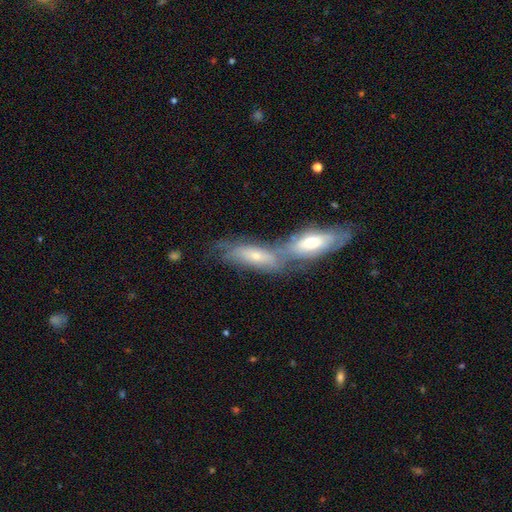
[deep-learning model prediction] Smooth or featured: smooth — 51% (featured or disk — 42%)
How rounded: in between — 62% (cigar-shaped — 35%)
Merging: merger — 59% (none — 25%)